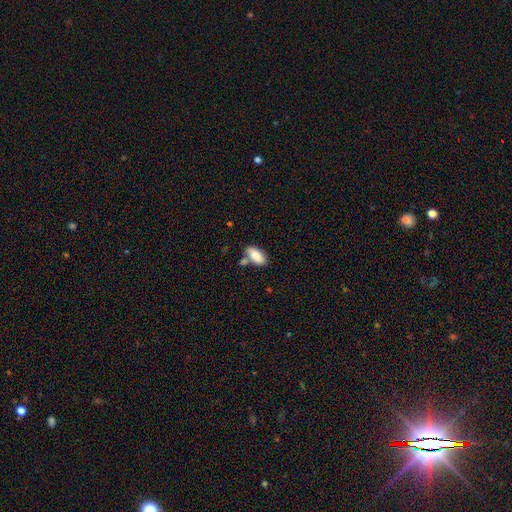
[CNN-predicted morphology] type=smooth (85%); roundness=in between (91%); merging=none (58%).